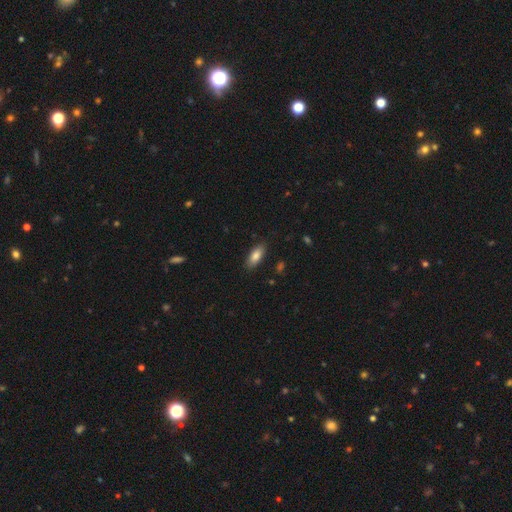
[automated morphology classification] smooth_or_featured: smooth (p=0.84) [alt: featured or disk p=0.10]
how_rounded: in between (p=0.83) [alt: cigar-shaped p=0.15]
merging: none (p=0.86) [alt: minor disturbance p=0.11]